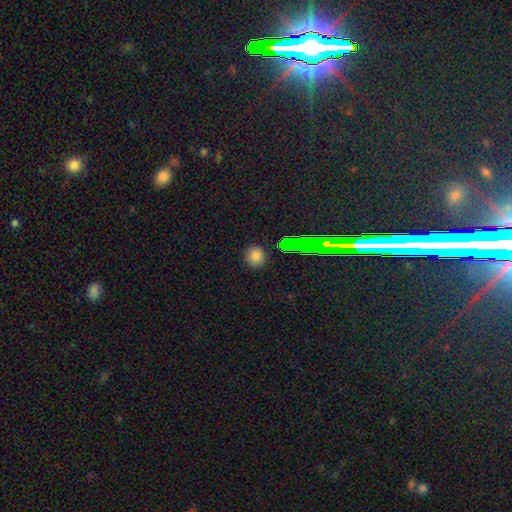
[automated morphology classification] Smooth or featured: smooth — 78% (star or artifact — 16%)
How rounded: round — 85% (in between — 14%)
Merging: none — 88% (minor disturbance — 8%)